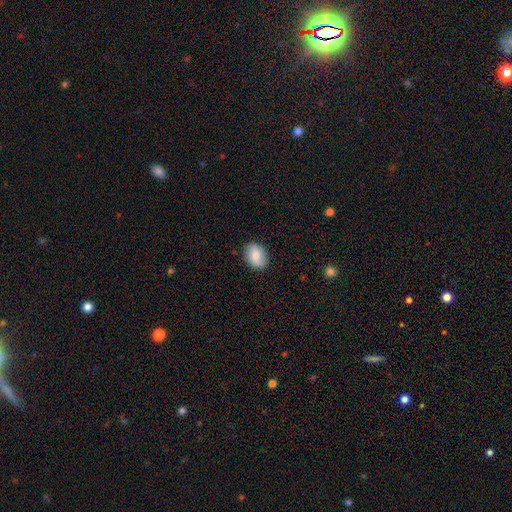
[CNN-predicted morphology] Smooth or featured? Predicted: smooth (p=0.70). How rounded? Predicted: in between (p=0.72). Merging? Predicted: none (p=0.85).